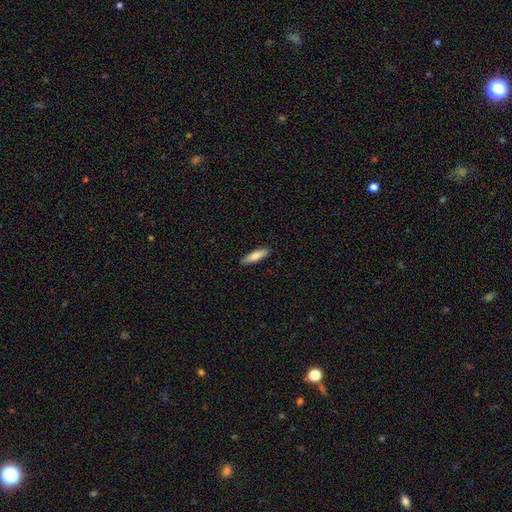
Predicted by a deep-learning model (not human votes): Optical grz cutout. It shows a smooth galaxy with no disk features (81%) that is cigar-shaped (68%). Merging: none (87%).